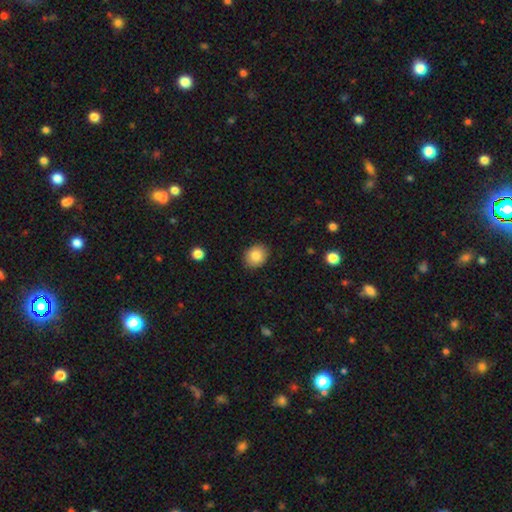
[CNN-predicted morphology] Smooth or featured: smooth — 85% (star or artifact — 8%)
How rounded: round — 60% (in between — 39%)
Merging: none — 87% (minor disturbance — 9%)